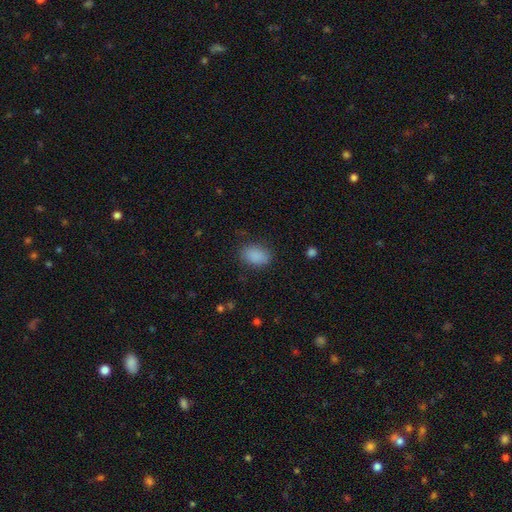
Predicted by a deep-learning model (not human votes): smooth_or_featured: smooth (p=0.88) [alt: star or artifact p=0.09]
how_rounded: in between (p=0.83) [alt: round p=0.16]
merging: none (p=0.83) [alt: minor disturbance p=0.12]